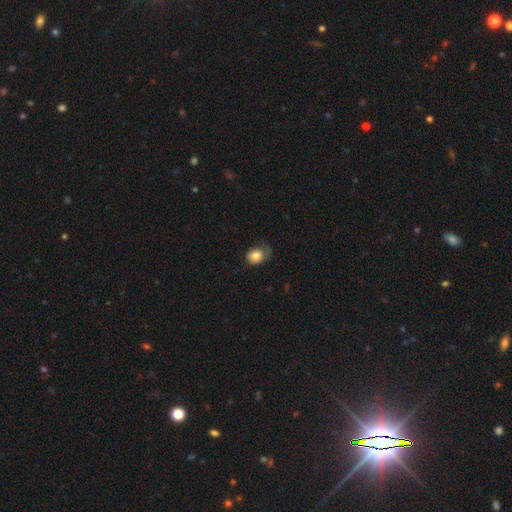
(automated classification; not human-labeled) Smooth or featured: smooth — 81% (featured or disk — 10%)
How rounded: in between — 54% (round — 45%)
Merging: none — 48% (minor disturbance — 35%)